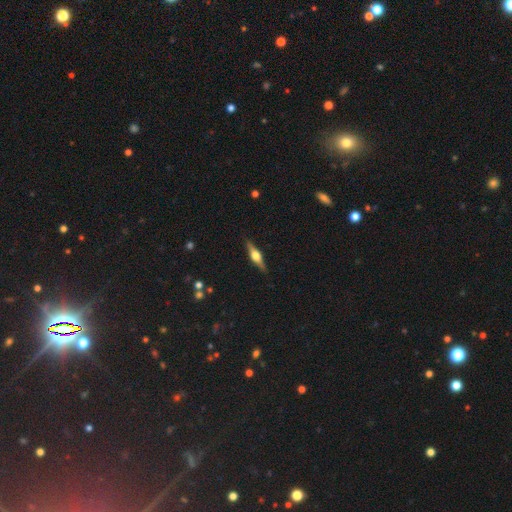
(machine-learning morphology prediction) Smooth or featured: featured or disk — 73% (smooth — 21%)
Edge-on disk: yes — 97% (no — 3%)
Edge-on bulge: rounded — 92% (boxy — 6%)
Merging: none — 89% (minor disturbance — 8%)